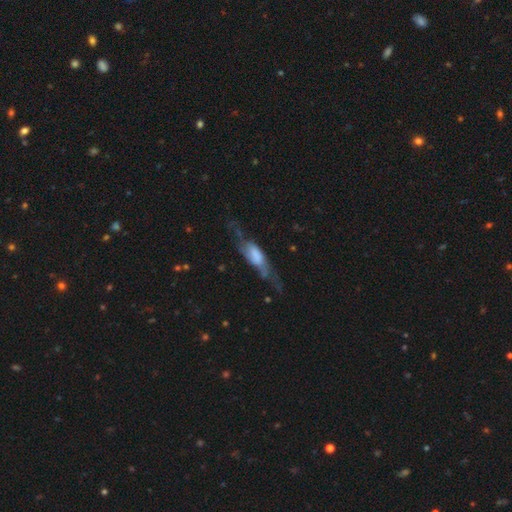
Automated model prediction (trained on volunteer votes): This appears to be a featured or disk galaxy (49%). Merging: major disturbance (37%).